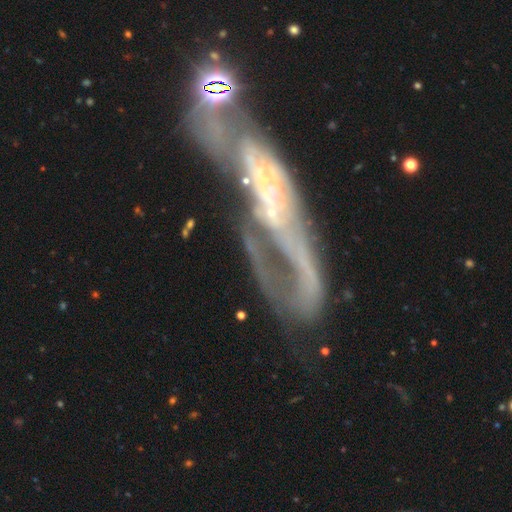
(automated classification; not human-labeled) Smooth or featured? featured or disk (71%)
Edge-on disk? no (74%)
Bar? no (66%)
Spiral arms? yes (58%)
Bulge size? none (40%, tied with small)
Merging? major disturbance (31%)